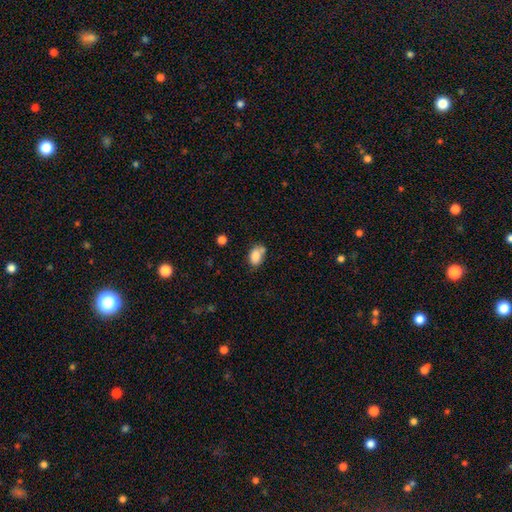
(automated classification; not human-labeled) Smooth or featured?
  - smooth: 82% *
  - featured or disk: 9%
  - star or artifact: 9%
How rounded?
  - in between: 81% *
  - round: 18%
  - cigar-shaped: 1%
Merging?
  - none: 51% *
  - merger: 22%
  - minor disturbance: 22%
  - major disturbance: 6%